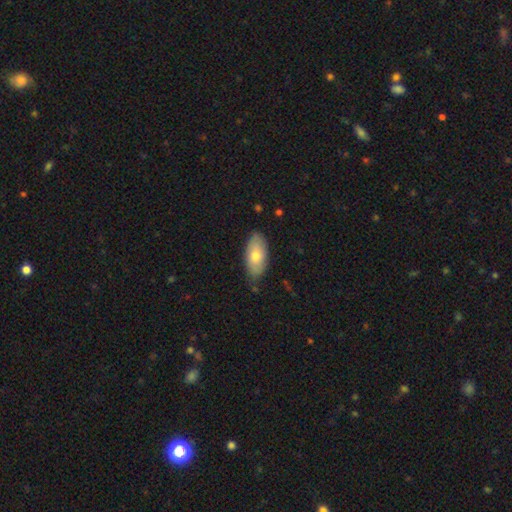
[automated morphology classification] A smooth galaxy with no disk features (73%) that is in between round and cigar-shaped (92%).

Vote fractions:
- Smooth or featured? smooth: 73% / featured or disk: 21% / star or artifact: 6%
- How rounded? in between: 92% / cigar-shaped: 5% / round: 3%
- Merging? none: 78% / minor disturbance: 18% / major disturbance: 3% / merger: 2%